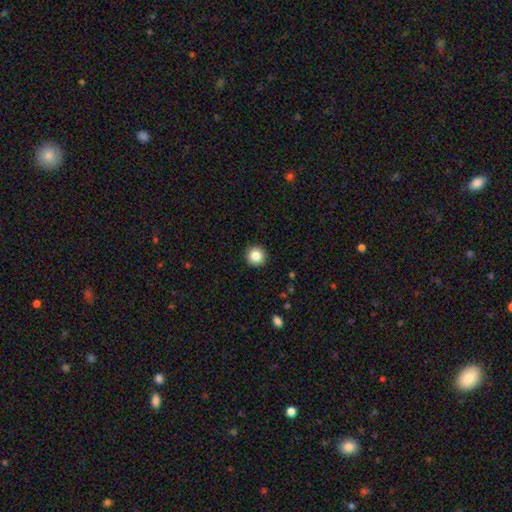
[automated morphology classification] Overall: smooth (85%). How rounded: round (95%). Merging: none (93%).